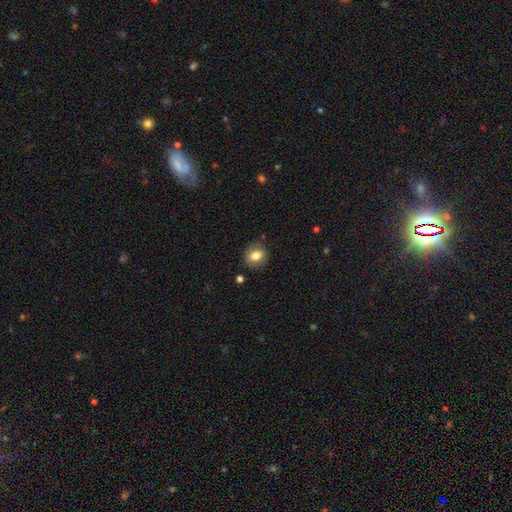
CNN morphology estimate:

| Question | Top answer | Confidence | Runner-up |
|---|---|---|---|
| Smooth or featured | smooth | 77% | featured or disk (14%) |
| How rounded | round | 53% | in between (46%) |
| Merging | none | 77% | minor disturbance (16%) |